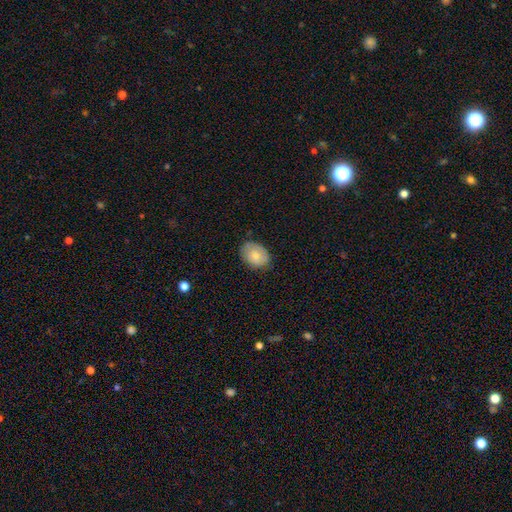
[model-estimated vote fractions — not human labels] Smooth or featured: smooth — 79% (featured or disk — 14%)
How rounded: in between — 71% (round — 28%)
Merging: none — 76% (minor disturbance — 19%)